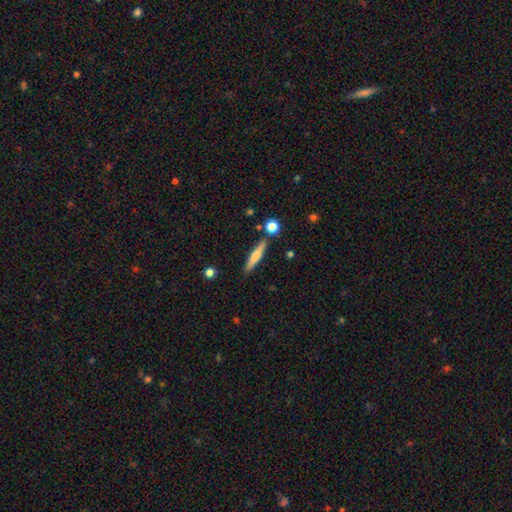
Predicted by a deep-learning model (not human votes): This appears to be a smooth galaxy with no disk features (58%) that is cigar-shaped (89%). Merging: none (84%).